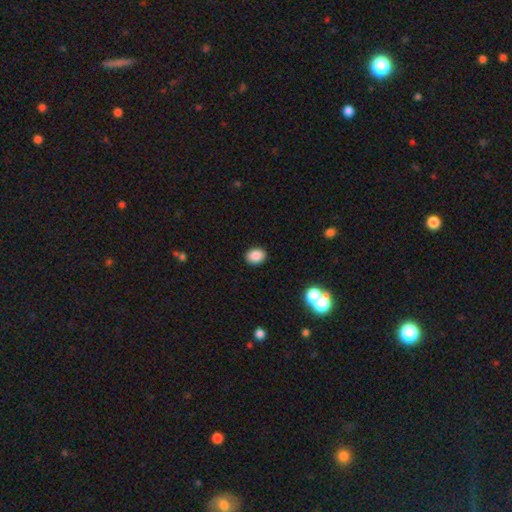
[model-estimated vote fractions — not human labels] smooth_or_featured: smooth (p=0.86) [alt: star or artifact p=0.09]
how_rounded: in between (p=0.58) [alt: round p=0.42]
merging: none (p=0.91) [alt: minor disturbance p=0.06]